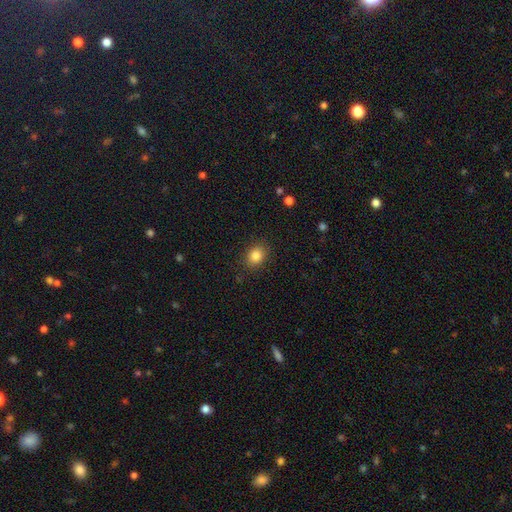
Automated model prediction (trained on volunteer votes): This is clearly a smooth galaxy (84%). How rounded: possibly round (50%). Merging: clearly none (87%).